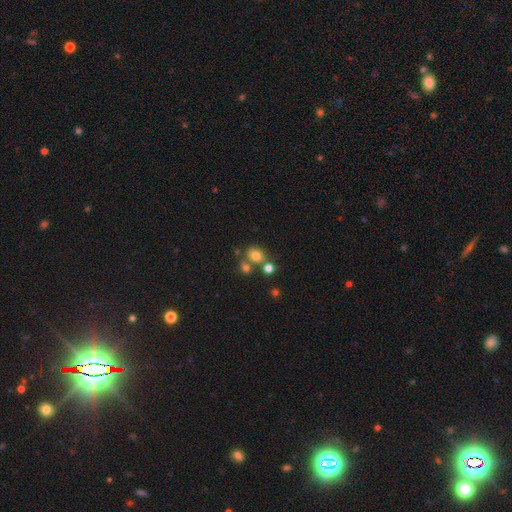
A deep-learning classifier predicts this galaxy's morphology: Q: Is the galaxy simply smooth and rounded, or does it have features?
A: smooth — 76%.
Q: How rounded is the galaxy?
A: in between — 51%.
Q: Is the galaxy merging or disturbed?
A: none — 58%.